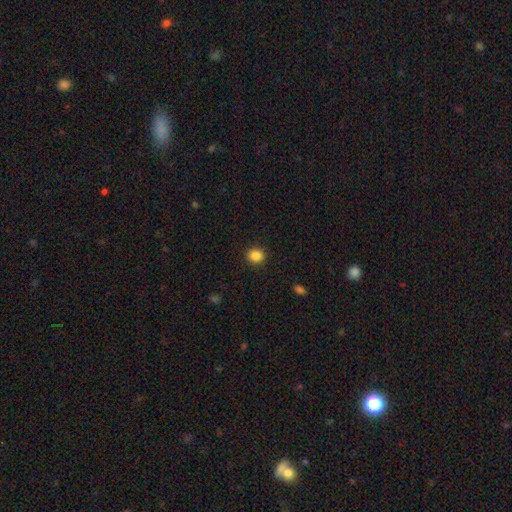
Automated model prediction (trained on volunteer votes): This appears to be a smooth galaxy with no disk features (85%) that is round (78%). Merging: none (91%).